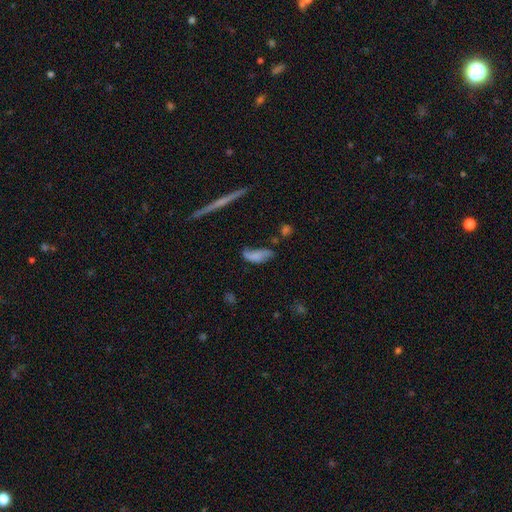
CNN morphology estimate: Smooth or featured: smooth — 51% (featured or disk — 38%)
How rounded: in between — 78% (cigar-shaped — 18%)
Merging: none — 40% (minor disturbance — 31%)